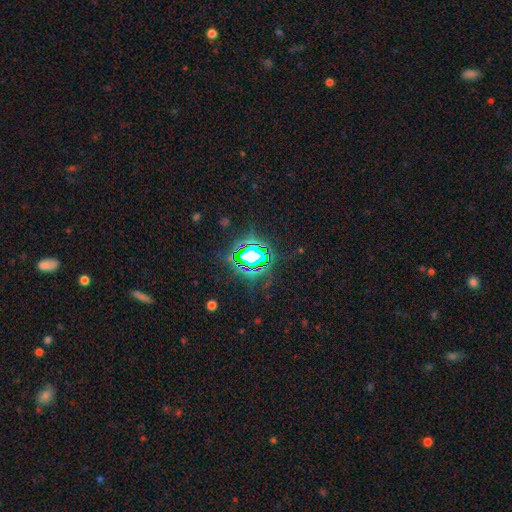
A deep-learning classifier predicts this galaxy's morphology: star or artifact 76%, smooth 13%, featured or disk 10%.